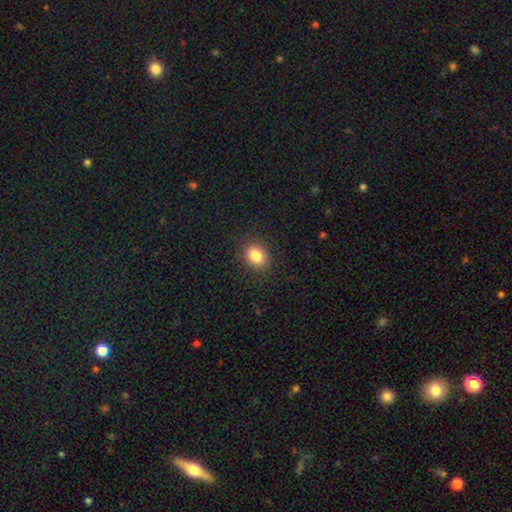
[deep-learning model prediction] This appears to be a smooth galaxy with no disk features (85%) that is in between round and cigar-shaped (59%). Merging: none (87%).